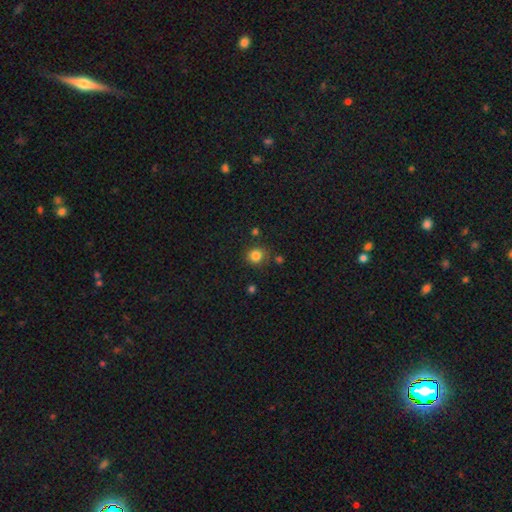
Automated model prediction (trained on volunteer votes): A smooth galaxy with no disk features (83%) that is round (87%).

Vote fractions:
- Smooth or featured? smooth: 83% / star or artifact: 12% / featured or disk: 5%
- How rounded? round: 87% / in between: 12% / cigar-shaped: 1%
- Merging? none: 81% / minor disturbance: 11% / merger: 4% / major disturbance: 3%